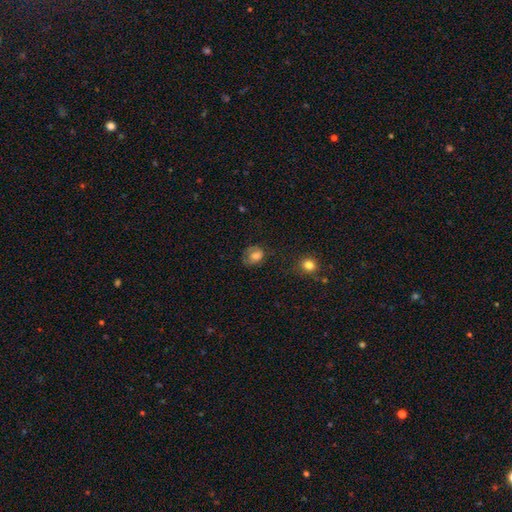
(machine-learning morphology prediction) This is likely a smooth galaxy (71%). How rounded: possibly in between (57%). Merging: possibly none (49%).